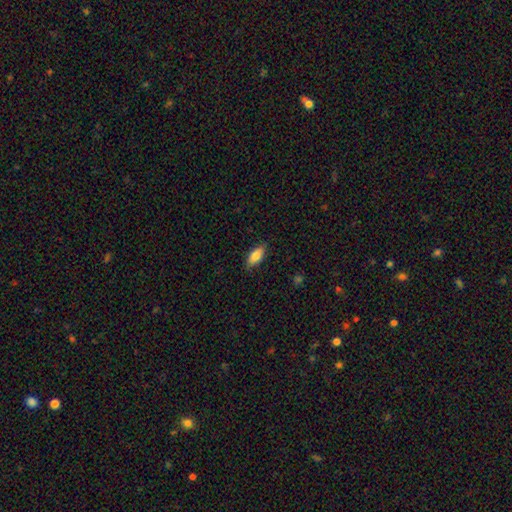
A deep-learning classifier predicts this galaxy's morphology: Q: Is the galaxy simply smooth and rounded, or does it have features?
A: smooth — 82%.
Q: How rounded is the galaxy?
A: in between — 83%.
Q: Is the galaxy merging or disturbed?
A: none — 83%.